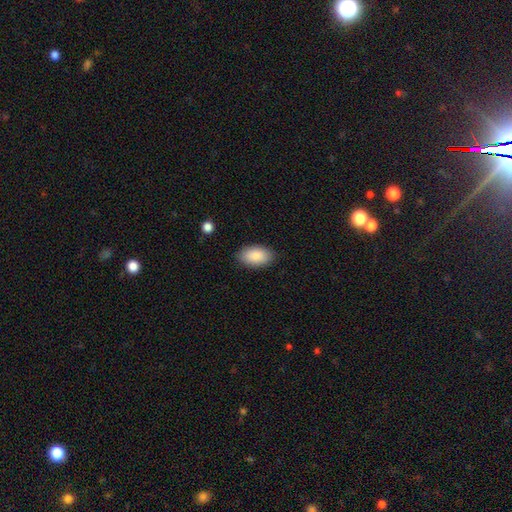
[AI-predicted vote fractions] smooth_or_featured: smooth (p=0.87) [alt: featured or disk p=0.06]
how_rounded: in between (p=0.94) [alt: round p=0.04]
merging: none (p=0.87) [alt: minor disturbance p=0.10]